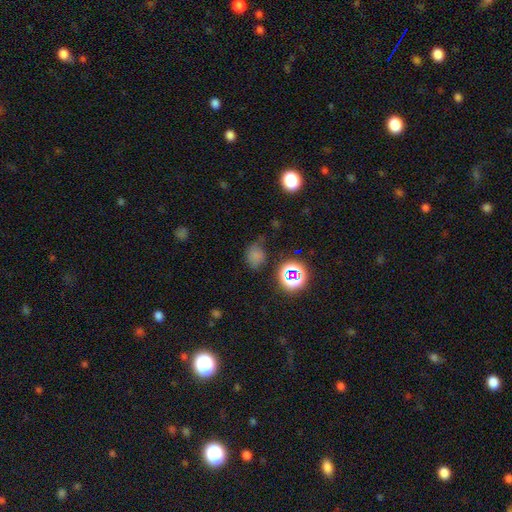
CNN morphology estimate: type=smooth (65%); roundness=in between (53%); merging=none (59%).